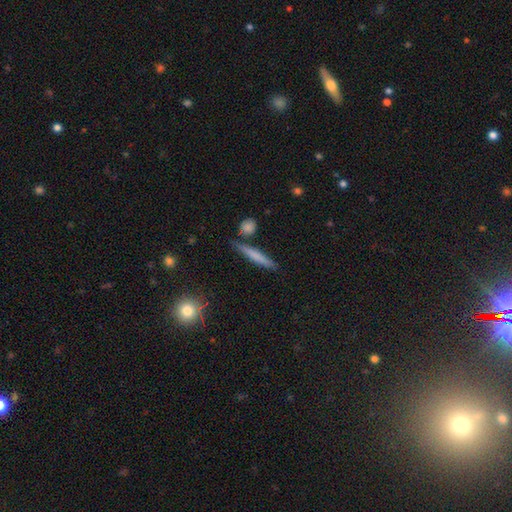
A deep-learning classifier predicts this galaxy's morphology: Smooth or featured: smooth — 64% (featured or disk — 29%)
How rounded: cigar-shaped — 92% (in between — 5%)
Merging: none — 82% (minor disturbance — 10%)